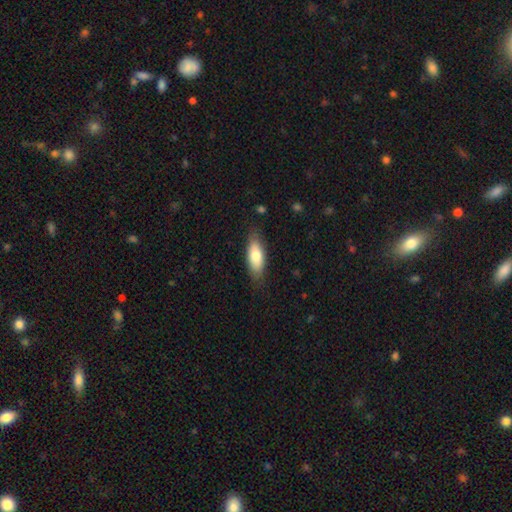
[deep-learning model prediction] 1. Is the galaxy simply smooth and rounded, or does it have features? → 74% smooth, 20% featured or disk, 6% star or artifact.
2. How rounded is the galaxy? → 77% in between, 20% cigar-shaped, 2% round.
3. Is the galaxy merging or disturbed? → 80% none, 15% minor disturbance, 3% major disturbance, 1% merger.